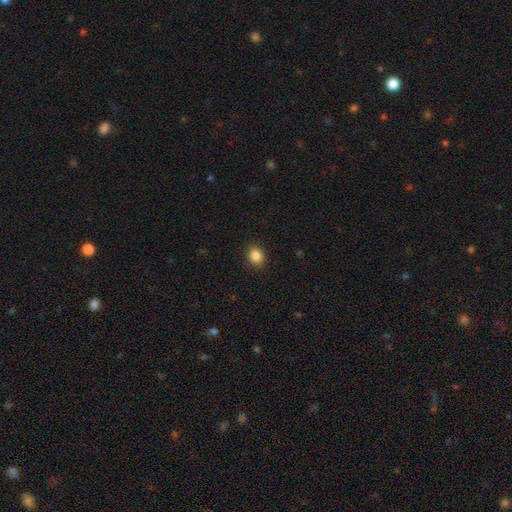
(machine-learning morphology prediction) smooth 86%, star or artifact 10%, featured or disk 4%. Down the decision tree: how rounded — round (53%); merging — none (90%).